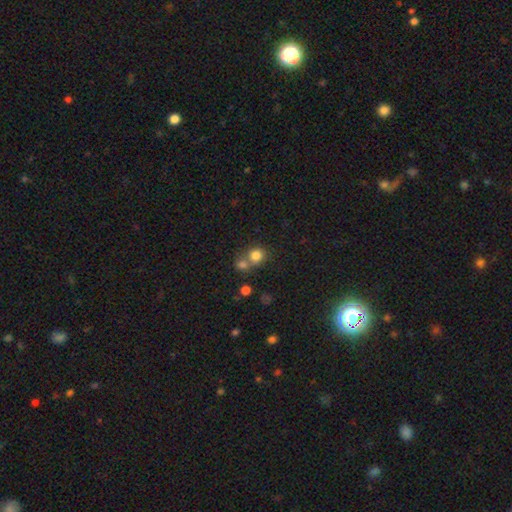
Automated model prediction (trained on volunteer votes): smooth 80%, star or artifact 12%, featured or disk 8%. Down the decision tree: how rounded — round (82%); merging — none (46%).